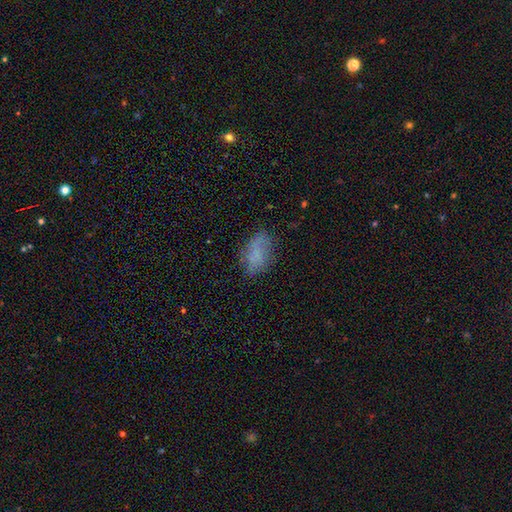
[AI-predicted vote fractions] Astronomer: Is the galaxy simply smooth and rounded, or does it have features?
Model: smooth — 69%.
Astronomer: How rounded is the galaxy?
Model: in between — 90%.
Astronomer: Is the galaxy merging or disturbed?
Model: none — 65%.